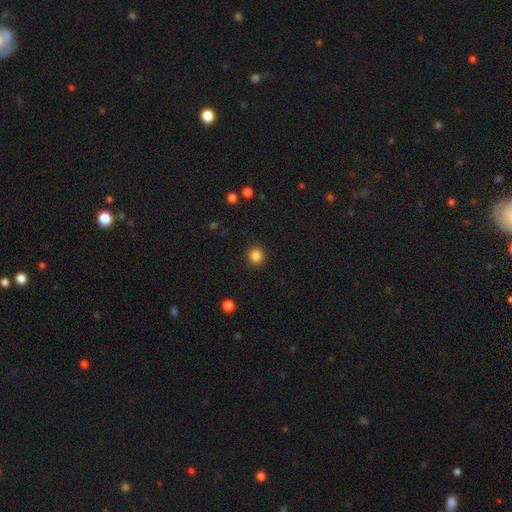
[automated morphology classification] smooth 85%, star or artifact 11%, featured or disk 4%. Down the decision tree: how rounded — round (90%); merging — none (92%).